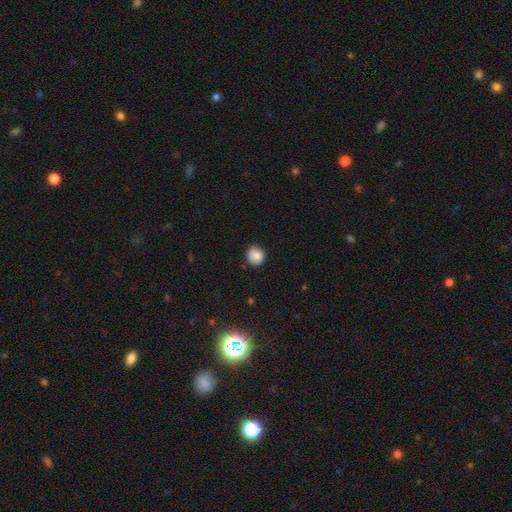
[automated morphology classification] Smooth or featured: smooth — 86% (star or artifact — 10%)
How rounded: round — 82% (in between — 17%)
Merging: none — 81% (minor disturbance — 15%)